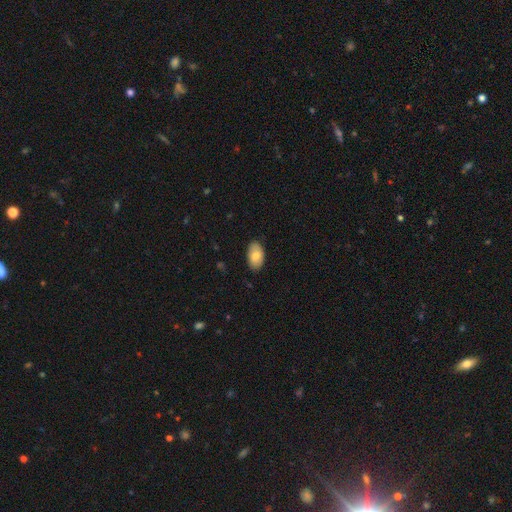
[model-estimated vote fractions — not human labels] This is likely a smooth galaxy (79%). How rounded: clearly in between (94%). Merging: clearly none (84%).